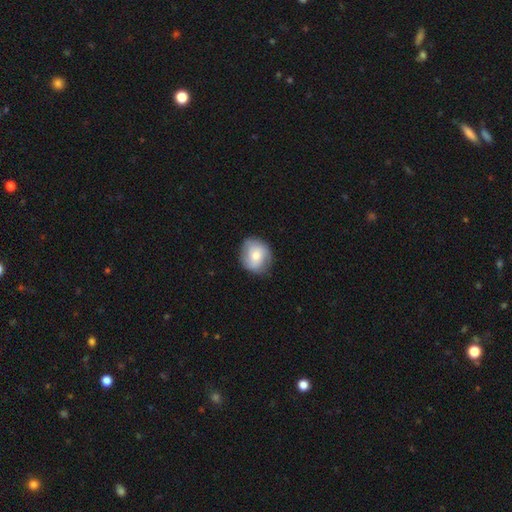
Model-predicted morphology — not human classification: type=smooth (64%); roundness=round (69%); merging=none (77%).